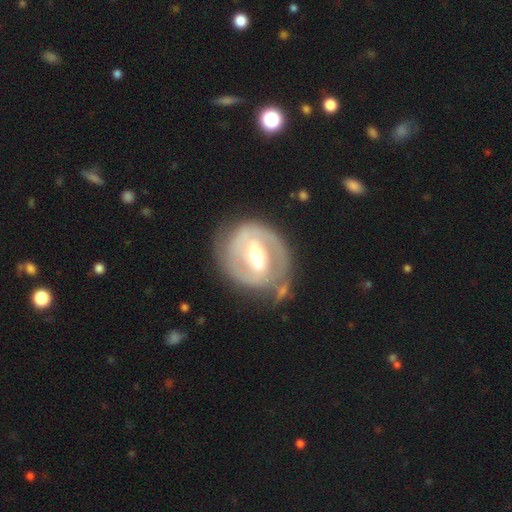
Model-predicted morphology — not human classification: smooth-or-featured: featured or disk: 84% | smooth: 12% | star or artifact: 5%
  disk-edge-on: no: 97% | yes: 3%
    bar: strong: 49% | weak: 38% | no: 13%
    has-spiral-arms: yes: 86% | no: 14%
      spiral-winding: tight: 57% | medium: 33% | loose: 10%
      spiral-arm-count: 2: 74% | can't tell: 12% | 1: 6% | 3: 5% | 4: 2% | more than 4: 2%
    bulge-size: moderate: 63% | small: 26% | large: 8% | none: 1% | dominant: 1%
  merging: none: 68% | minor disturbance: 18% | major disturbance: 9% | merger: 5%